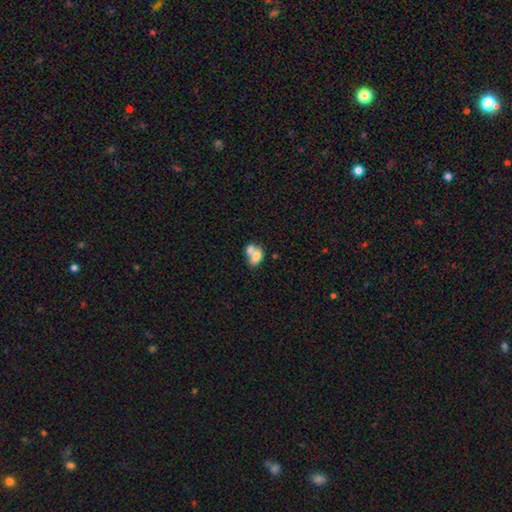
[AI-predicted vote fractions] smooth_or_featured: smooth (p=0.72) [alt: featured or disk p=0.20]
how_rounded: in between (p=0.79) [alt: round p=0.19]
merging: merger (p=0.65) [alt: none p=0.22]